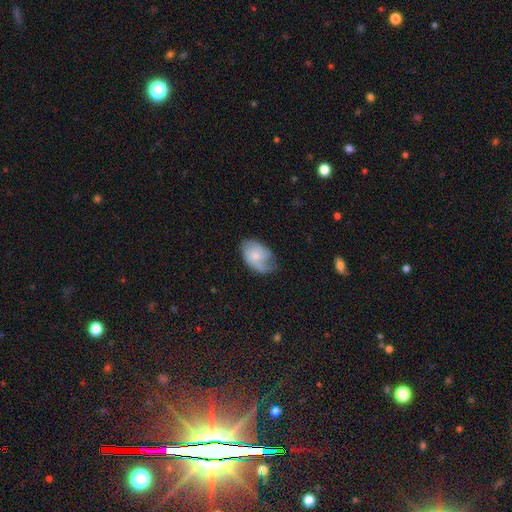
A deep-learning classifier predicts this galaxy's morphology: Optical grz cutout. It shows a smooth galaxy with no disk features (54%) that is in between round and cigar-shaped (86%). Merging: none (50%).